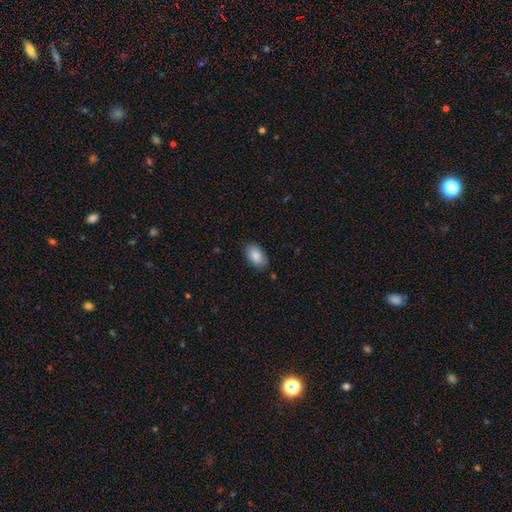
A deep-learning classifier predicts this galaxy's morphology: The model was most divided on "merging": none: 84%, minor disturbance: 12%, major disturbance: 2%, merger: 1%. More confident: how rounded — in between (92%); smooth or featured — smooth (87%).